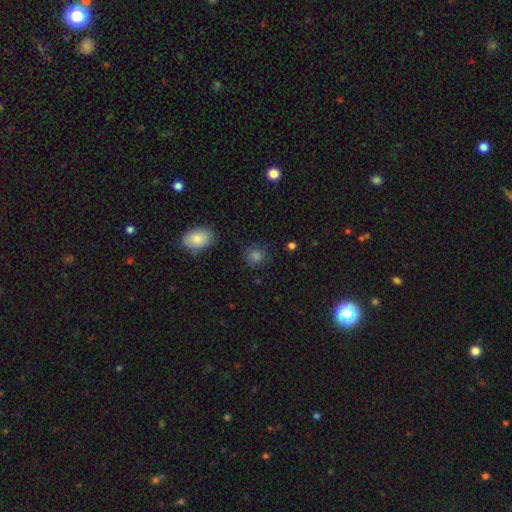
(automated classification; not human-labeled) Smooth or featured: smooth — 73% (star or artifact — 20%)
How rounded: round — 84% (in between — 15%)
Merging: none — 84% (minor disturbance — 10%)